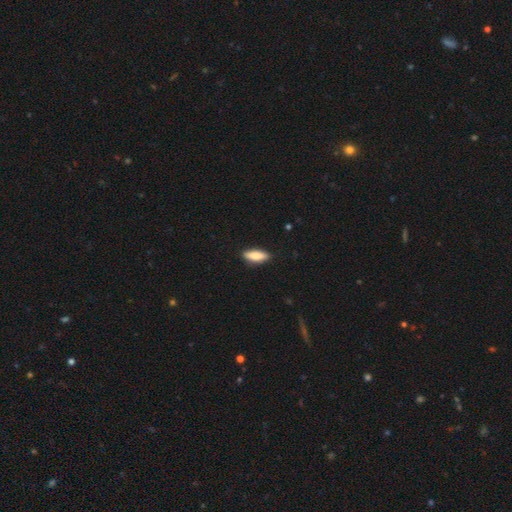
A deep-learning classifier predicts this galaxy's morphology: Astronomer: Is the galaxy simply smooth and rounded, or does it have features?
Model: smooth — 79%.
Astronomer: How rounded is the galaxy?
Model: in between — 58% (runner-up: cigar-shaped, 40%).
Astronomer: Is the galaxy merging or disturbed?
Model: none — 88%.